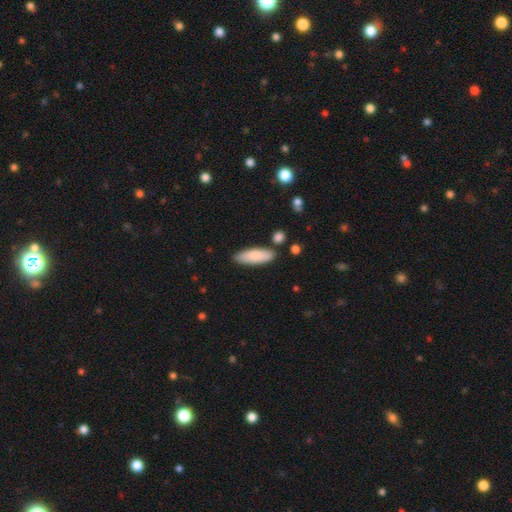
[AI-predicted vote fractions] Smooth or featured?
  - smooth: 84% *
  - featured or disk: 10%
  - star or artifact: 6%
How rounded?
  - in between: 59% *
  - cigar-shaped: 39%
  - round: 2%
Merging?
  - none: 82% *
  - minor disturbance: 12%
  - merger: 4%
  - major disturbance: 2%